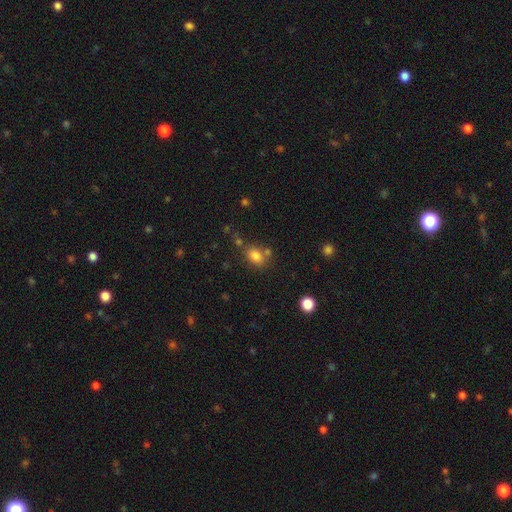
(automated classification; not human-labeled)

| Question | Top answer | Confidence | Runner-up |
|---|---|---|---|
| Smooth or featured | smooth | 81% | star or artifact (12%) |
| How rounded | in between | 71% | round (28%) |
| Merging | none | 64% | merger (16%) |